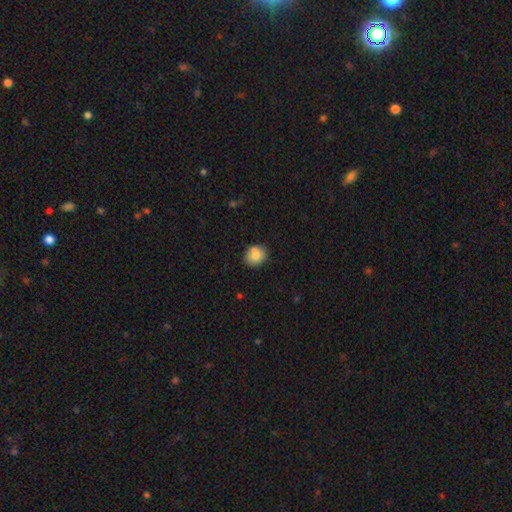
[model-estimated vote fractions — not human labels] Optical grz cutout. It shows a smooth galaxy with no disk features (80%) that is round (61%). Merging: none (66%).